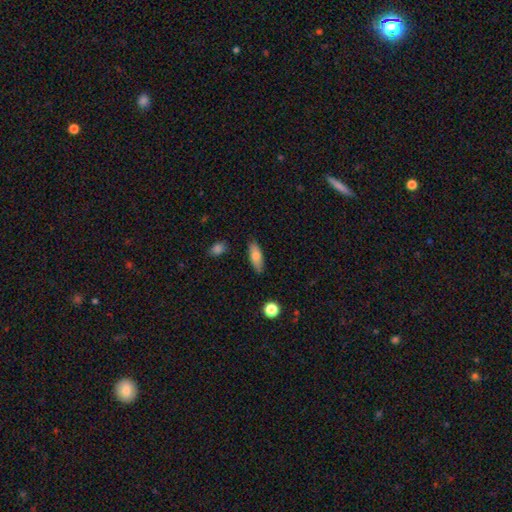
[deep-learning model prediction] Morphology: type=smooth (78%); roundness=in between (68%); merging=none (84%).